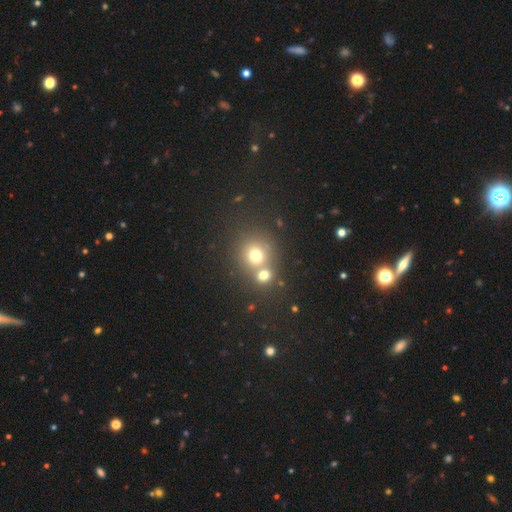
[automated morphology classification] Smooth or featured? Predicted: smooth (p=0.71). How rounded? Predicted: round (p=0.85). Merging? Predicted: merger (p=0.46).